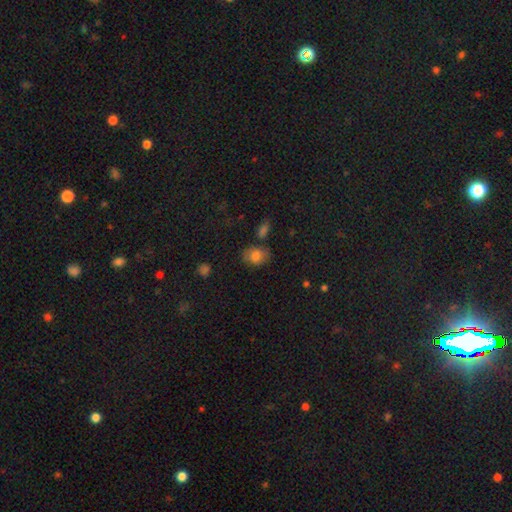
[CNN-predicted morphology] smooth_or_featured: smooth (p=0.78) [alt: featured or disk p=0.13]
how_rounded: in between (p=0.68) [alt: round p=0.31]
merging: none (p=0.67) [alt: minor disturbance p=0.19]